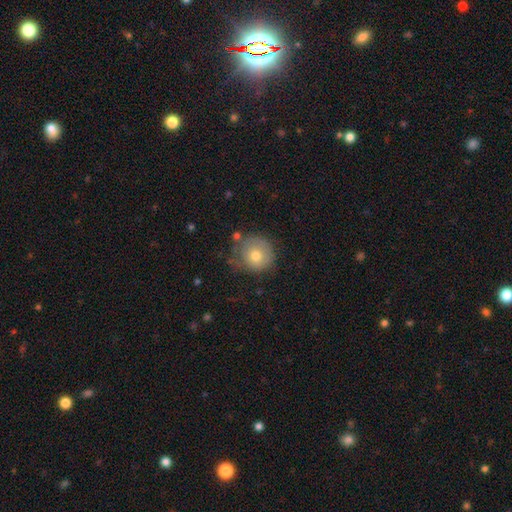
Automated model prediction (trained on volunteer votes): A smooth galaxy with no disk features (72%) that is round (89%). Merging: none (60%).